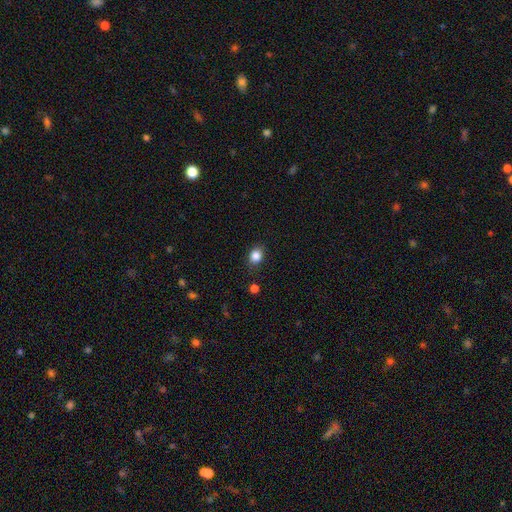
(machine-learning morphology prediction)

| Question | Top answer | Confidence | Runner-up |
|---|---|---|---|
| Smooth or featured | smooth | 85% | star or artifact (10%) |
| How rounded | round | 50% | in between (49%) |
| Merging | none | 83% | minor disturbance (12%) |